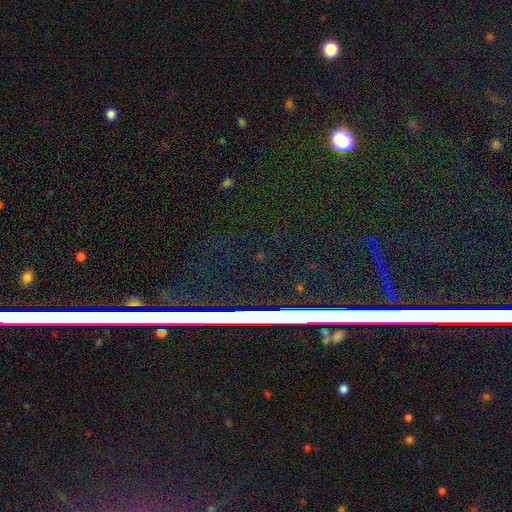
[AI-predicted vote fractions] This appears to be a star or artifact, not a galaxy (80%).